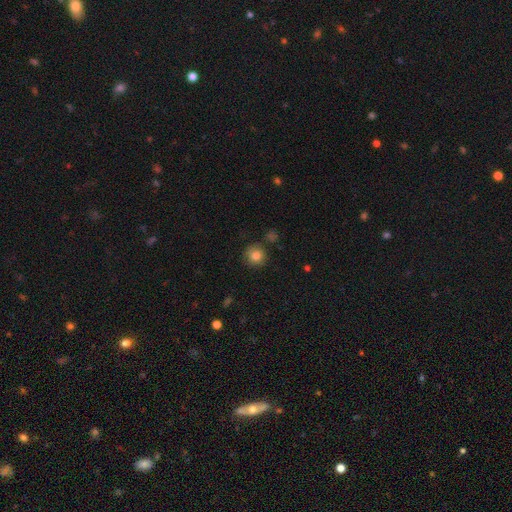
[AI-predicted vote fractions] This is clearly a smooth galaxy (83%). How rounded: clearly round (91%). Merging: clearly none (82%).